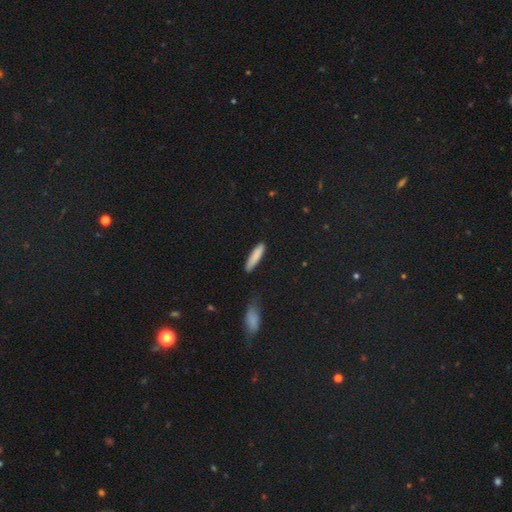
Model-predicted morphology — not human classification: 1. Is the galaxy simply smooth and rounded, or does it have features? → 85% smooth, 9% featured or disk, 6% star or artifact.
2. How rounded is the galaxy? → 82% cigar-shaped, 17% in between, 2% round.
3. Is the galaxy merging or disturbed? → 82% none, 13% minor disturbance, 2% major disturbance, 2% merger.